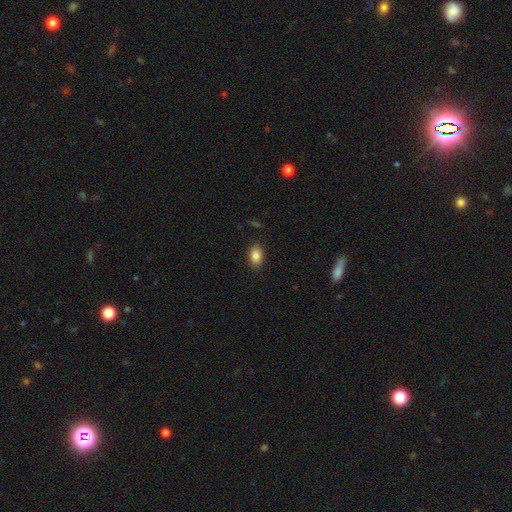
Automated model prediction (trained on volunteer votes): smooth 87%, star or artifact 9%, featured or disk 5%. Down the decision tree: how rounded — in between (83%); merging — none (86%).